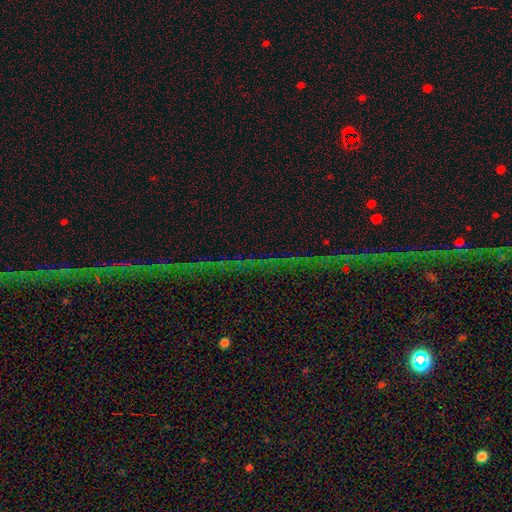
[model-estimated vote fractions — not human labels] Morphology: type=star or artifact (73%).